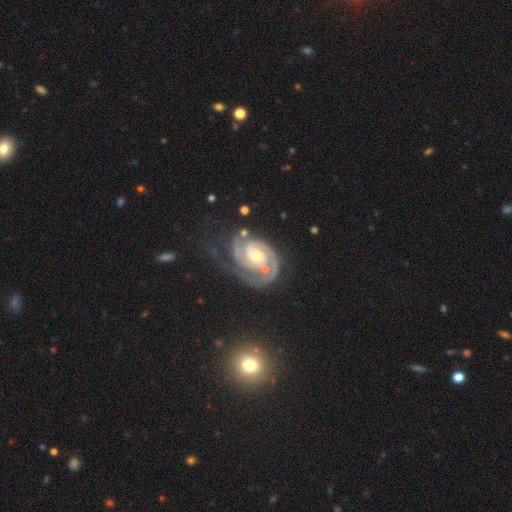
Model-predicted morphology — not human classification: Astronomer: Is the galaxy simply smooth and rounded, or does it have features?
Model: featured or disk — 91%.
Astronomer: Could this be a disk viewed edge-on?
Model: no — 98%.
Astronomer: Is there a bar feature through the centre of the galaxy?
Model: no — 60%.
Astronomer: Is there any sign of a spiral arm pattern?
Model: yes — 98%.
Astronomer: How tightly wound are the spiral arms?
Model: tight — 71%.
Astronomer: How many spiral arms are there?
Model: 2 — 72%.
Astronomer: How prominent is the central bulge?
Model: moderate — 53% (runner-up: small, 40%).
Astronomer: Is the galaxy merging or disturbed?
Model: none — 59%.